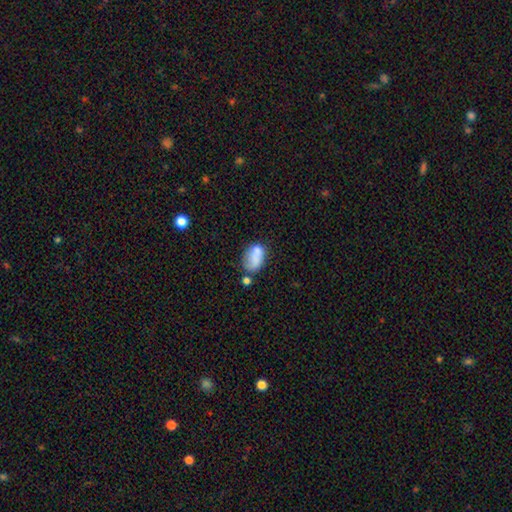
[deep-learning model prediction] Smooth or featured?
  - smooth: 75% *
  - featured or disk: 16%
  - star or artifact: 9%
How rounded?
  - in between: 87% *
  - round: 11%
  - cigar-shaped: 2%
Merging?
  - none: 39% *
  - minor disturbance: 26%
  - merger: 21%
  - major disturbance: 14%